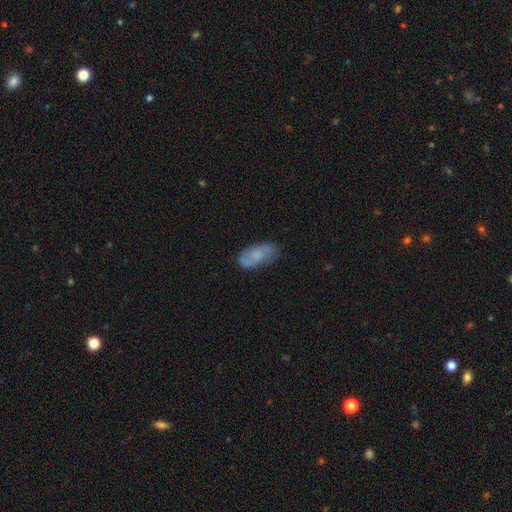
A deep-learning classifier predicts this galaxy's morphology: smooth 56%, featured or disk 36%, star or artifact 8%. Down the decision tree: how rounded — in between (91%); merging — none (67%).